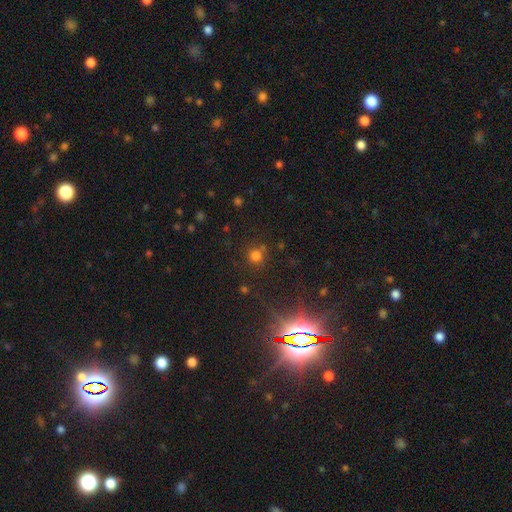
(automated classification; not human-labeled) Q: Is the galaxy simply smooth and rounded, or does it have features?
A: smooth — 69%.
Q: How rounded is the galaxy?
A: round — 91%.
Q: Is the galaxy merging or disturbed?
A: none — 76%.